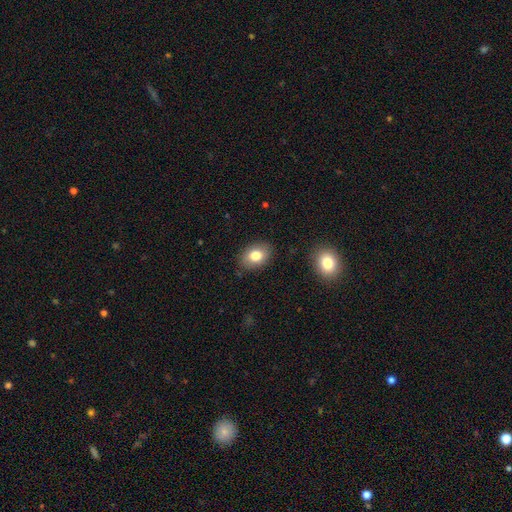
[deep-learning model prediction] A smooth galaxy with no disk features (80%) that is in between round and cigar-shaped (77%).

Vote fractions:
- Smooth or featured? smooth: 80% / featured or disk: 11% / star or artifact: 9%
- How rounded? in between: 77% / round: 22% / cigar-shaped: 1%
- Merging? none: 86% / minor disturbance: 10% / major disturbance: 3% / merger: 1%